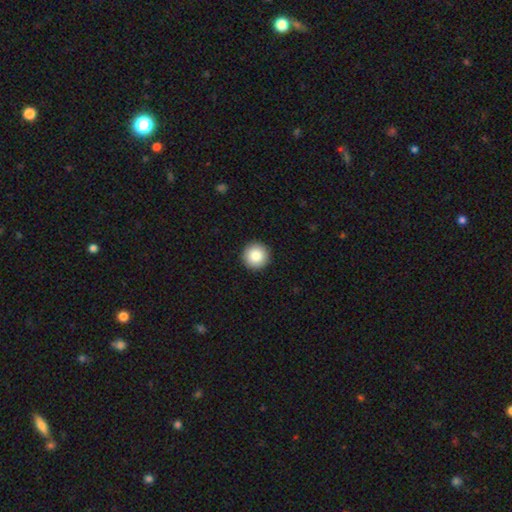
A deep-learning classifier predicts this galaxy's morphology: type=smooth (86%); roundness=round (96%); merging=none (93%).